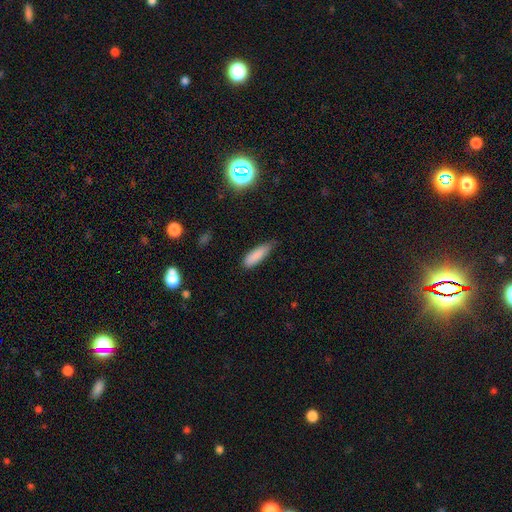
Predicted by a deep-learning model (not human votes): Smooth or featured?
  - smooth: 86% *
  - star or artifact: 7%
  - featured or disk: 7%
How rounded?
  - cigar-shaped: 51% *
  - in between: 47%
  - round: 2%
Merging?
  - none: 59% *
  - minor disturbance: 34%
  - major disturbance: 5%
  - merger: 2%